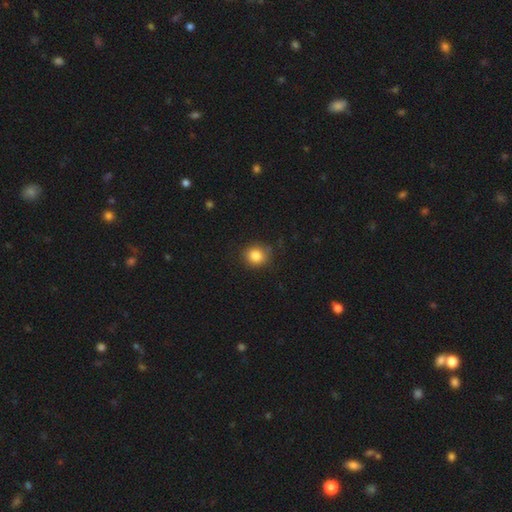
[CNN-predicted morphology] type=smooth (84%); roundness=round (80%); merging=none (82%).